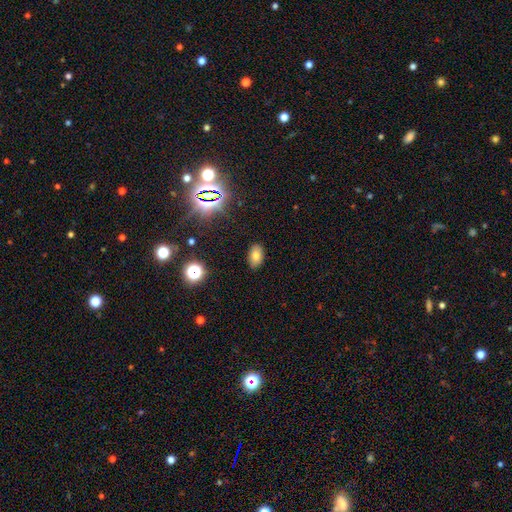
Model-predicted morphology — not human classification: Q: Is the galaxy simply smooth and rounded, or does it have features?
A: smooth — 72%.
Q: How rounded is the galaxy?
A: in between — 90%.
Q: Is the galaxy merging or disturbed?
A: none — 87%.